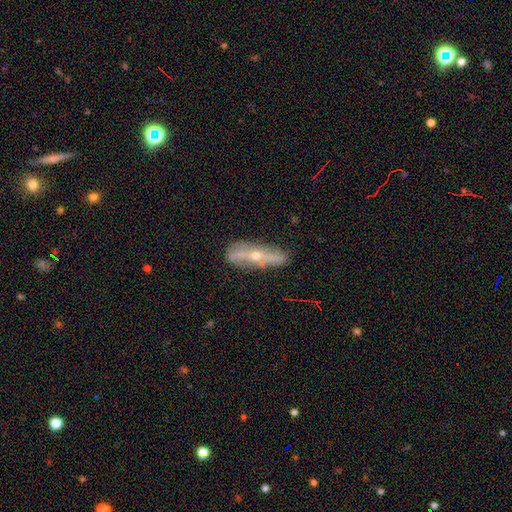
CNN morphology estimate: Smooth or featured: featured or disk — 72% (smooth — 21%)
Edge-on disk: yes — 61% (no — 39%)
Merging: none — 72% (minor disturbance — 20%)